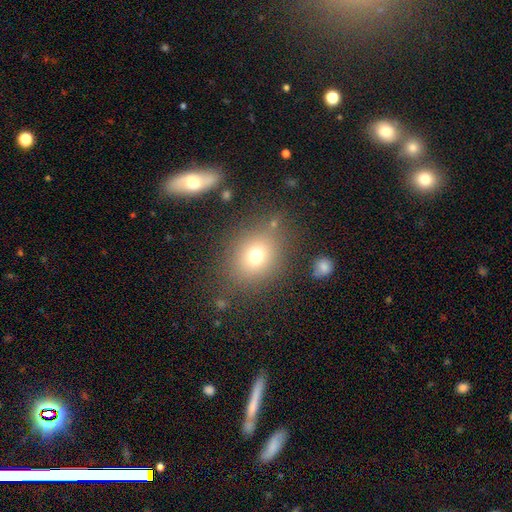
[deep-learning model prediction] Smooth or featured? smooth (71%)
How rounded? round (59%)
Merging? none (77%)